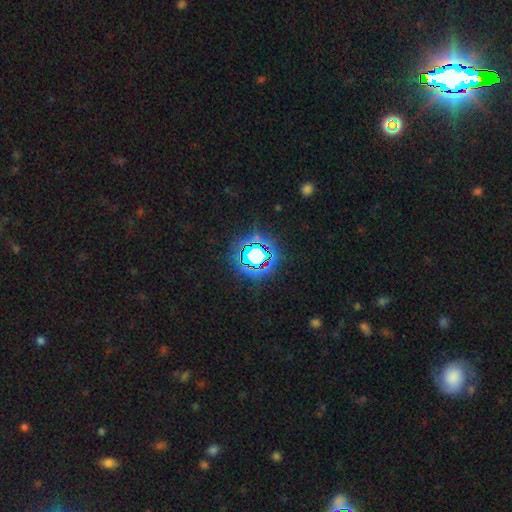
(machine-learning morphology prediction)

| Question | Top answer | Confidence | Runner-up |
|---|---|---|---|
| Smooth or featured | star or artifact | 70% | smooth (19%) |